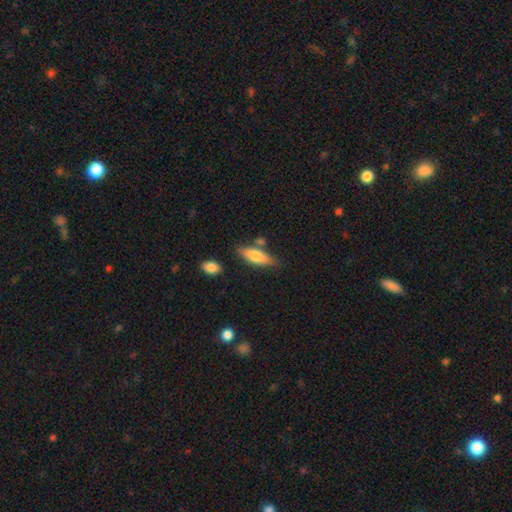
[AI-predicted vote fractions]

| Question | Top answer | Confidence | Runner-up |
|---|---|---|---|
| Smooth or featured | smooth | 68% | featured or disk (25%) |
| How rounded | in between | 52% | cigar-shaped (46%) |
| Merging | none | 72% | minor disturbance (15%) |